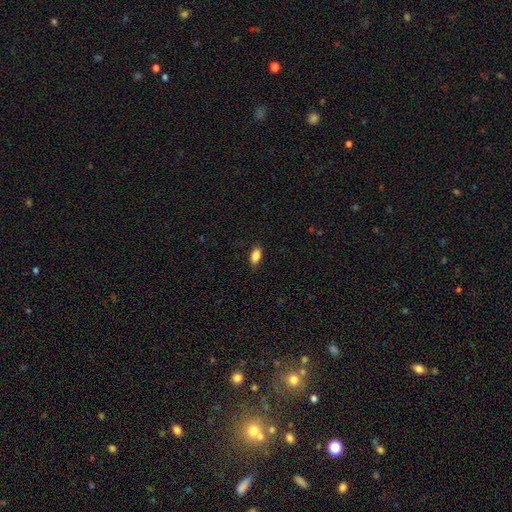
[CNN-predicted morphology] The model was most divided on "merging": none: 85%, minor disturbance: 11%, major disturbance: 2%, merger: 1%. More confident: how rounded — in between (90%); smooth or featured — smooth (87%).